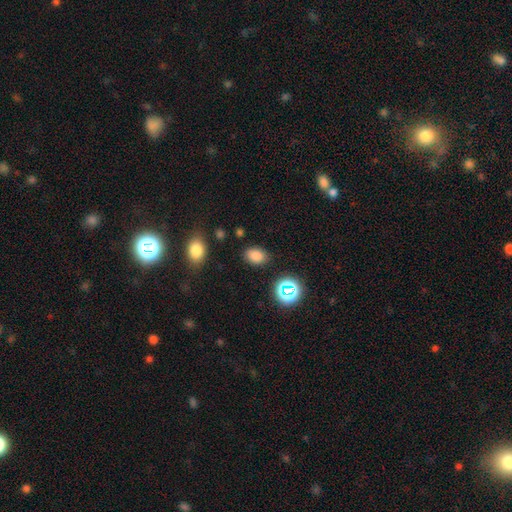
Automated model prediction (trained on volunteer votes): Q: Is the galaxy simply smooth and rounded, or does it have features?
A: smooth — 80%.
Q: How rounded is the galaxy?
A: in between — 76%.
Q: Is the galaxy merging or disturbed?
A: none — 84%.